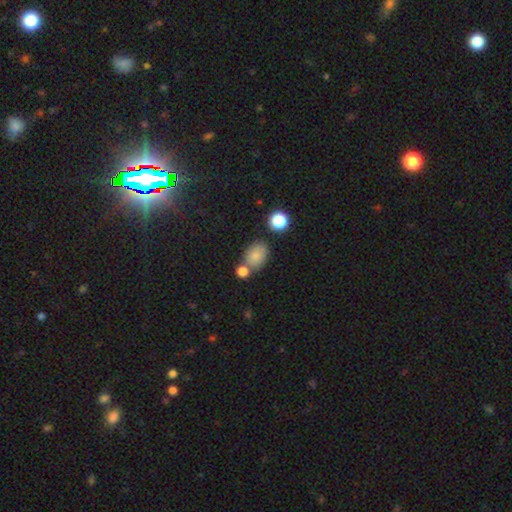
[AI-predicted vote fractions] smooth 80%, star or artifact 11%, featured or disk 9%. Down the decision tree: how rounded — in between (78%); merging — none (62%).